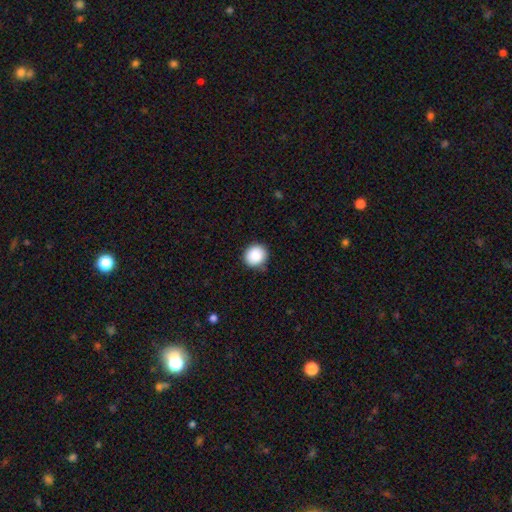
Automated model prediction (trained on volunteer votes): The model was most divided on "merging": none: 86%, minor disturbance: 10%, major disturbance: 2%, merger: 1%. More confident: how rounded — round (90%); smooth or featured — smooth (87%).